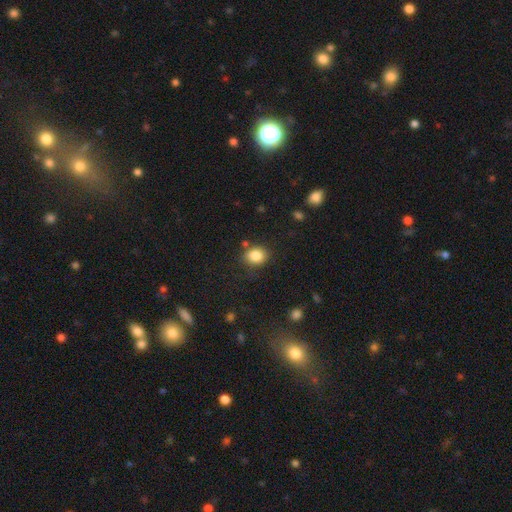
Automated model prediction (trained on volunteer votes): The model was most divided on "how rounded": round: 62%, in between: 37%, cigar-shaped: 1%. More confident: smooth or featured — smooth (85%); merging — none (78%).